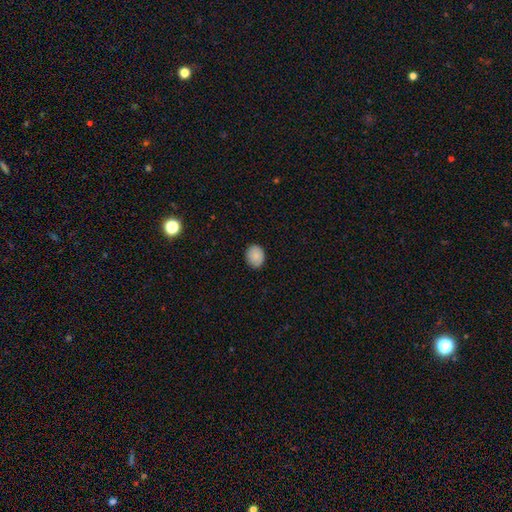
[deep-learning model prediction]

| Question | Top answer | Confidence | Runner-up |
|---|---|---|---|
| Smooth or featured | smooth | 87% | star or artifact (8%) |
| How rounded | round | 55% | in between (44%) |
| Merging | none | 87% | minor disturbance (10%) |